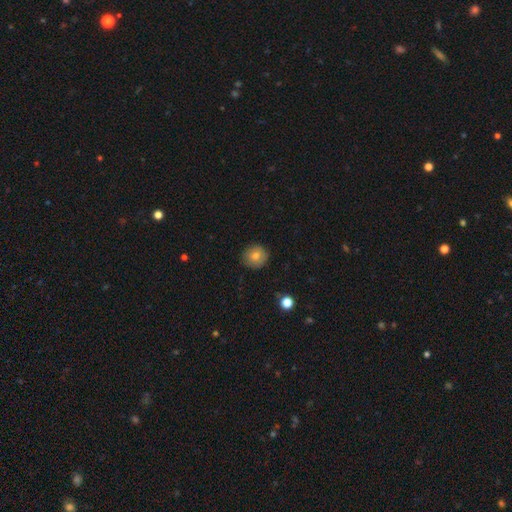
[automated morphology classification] This is likely a smooth galaxy (78%). How rounded: clearly round (87%). Merging: clearly none (86%).